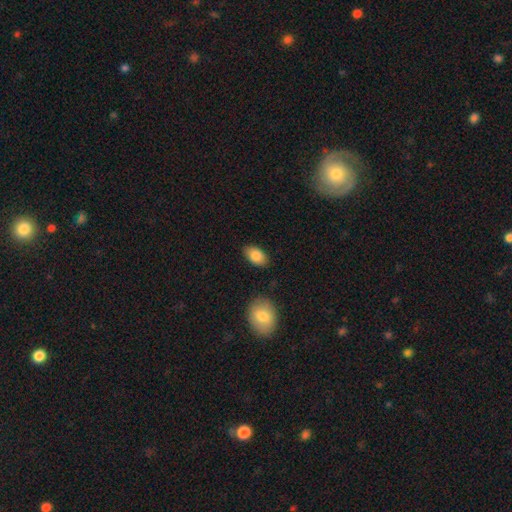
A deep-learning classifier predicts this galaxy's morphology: smooth 85%, featured or disk 8%, star or artifact 7%. Down the decision tree: how rounded — in between (93%); merging — none (86%).